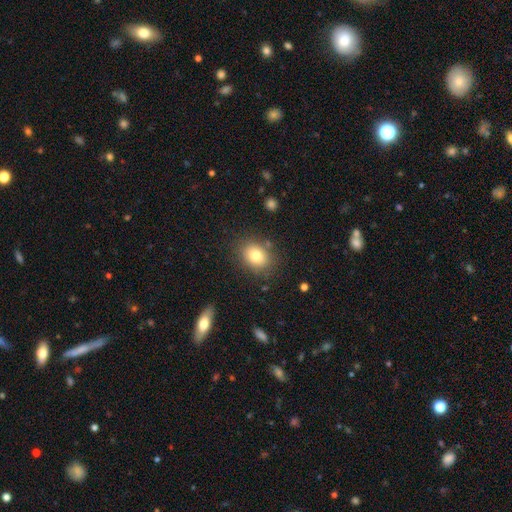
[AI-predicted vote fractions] smooth_or_featured: smooth (p=0.79) [alt: star or artifact p=0.11]
how_rounded: round (p=0.52) [alt: in between p=0.47]
merging: none (p=0.82) [alt: minor disturbance p=0.11]